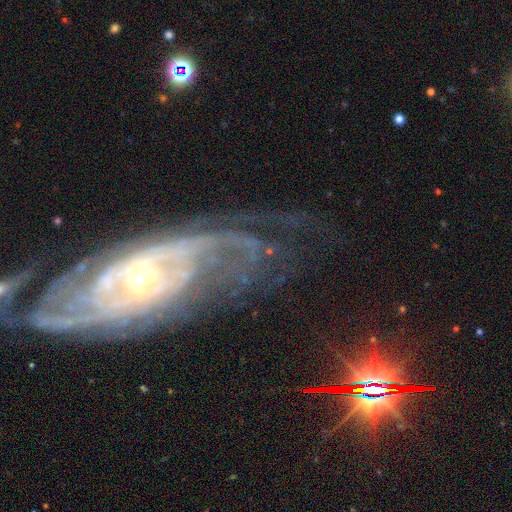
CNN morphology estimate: Smooth or featured?
  - featured or disk: 82% *
  - star or artifact: 11%
  - smooth: 7%
Edge-on disk?
  - no: 89% *
  - yes: 11%
Bar?
  - no: 59% *
  - weak: 27%
  - strong: 14%
Spiral arms?
  - yes: 91% *
  - no: 9%
Spiral winding?
  - tight: 52% *
  - medium: 35%
  - loose: 13%
Spiral arm count?
  - can't tell: 38% *
  - 2: 28%
  - 3: 11%
  - 4: 8%
  - more than 4: 8%
  - 1: 7%
Bulge size?
  - small: 71% *
  - moderate: 24%
  - large: 2%
  - none: 2%
  - dominant: 1%
Merging?
  - none: 61% *
  - major disturbance: 19%
  - minor disturbance: 18%
  - merger: 3%